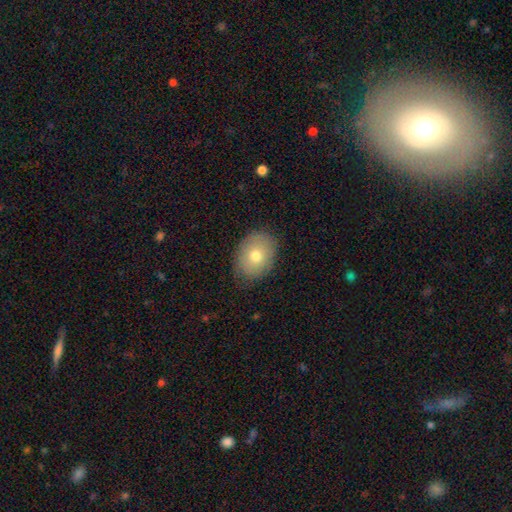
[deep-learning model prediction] Smooth or featured? smooth (73%)
How rounded? in between (69%)
Merging? none (80%)